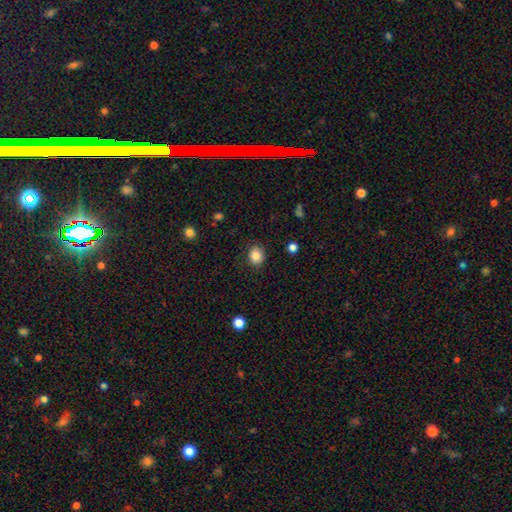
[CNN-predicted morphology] Overall: smooth (86%). How rounded: round (58%; in between 41%). Merging: none (85%).